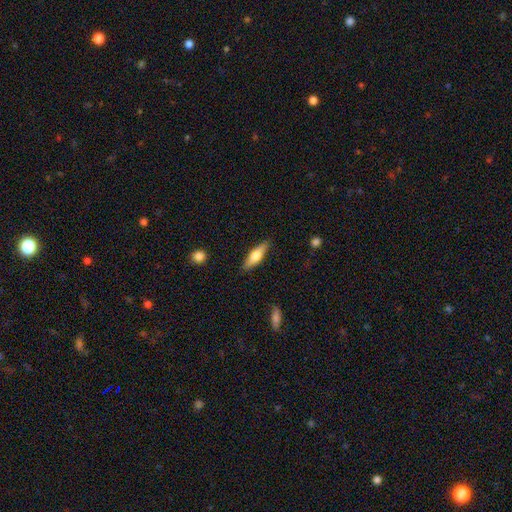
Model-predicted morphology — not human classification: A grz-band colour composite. It shows a smooth galaxy with no disk features (50%) that is cigar-shaped (57%). Merging: none (86%).